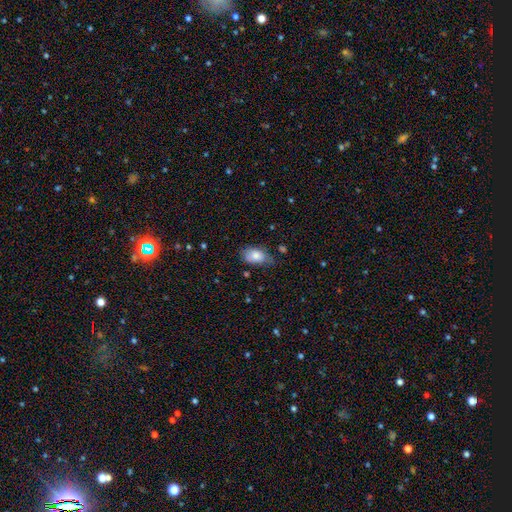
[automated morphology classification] A smooth galaxy with no disk features (77%) that is in between round and cigar-shaped (89%). Merging: none (52%).